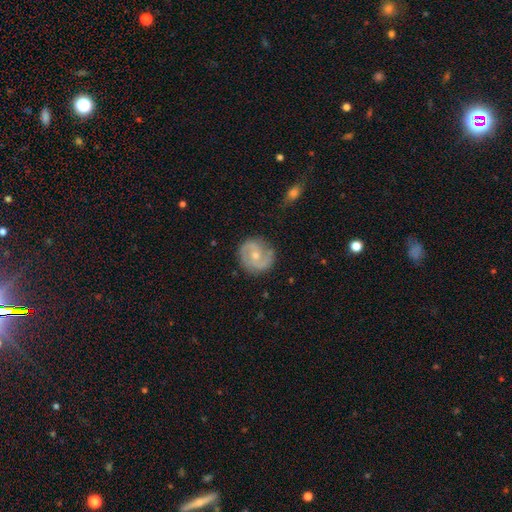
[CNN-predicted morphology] Smooth or featured? featured or disk (79%)
Edge-on disk? no (98%)
Bar? no (59%)
Spiral arms? yes (93%)
Spiral winding? medium (47%)
Spiral arm count? 2 (84%)
Bulge size? small (55%)
Merging? none (79%)